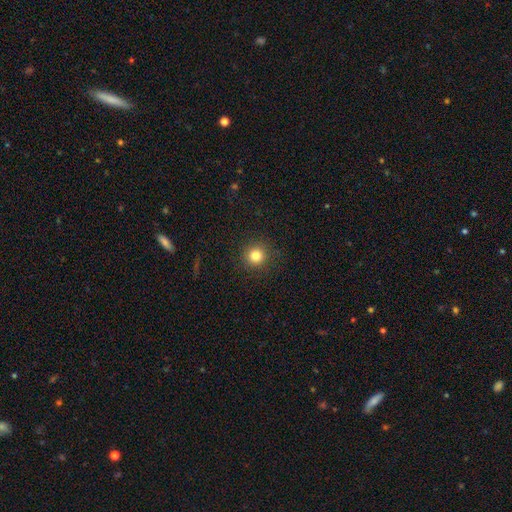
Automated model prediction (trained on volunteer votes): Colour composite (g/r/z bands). It shows a smooth galaxy with no disk features (82%) that is round (93%). Merging: none (90%).